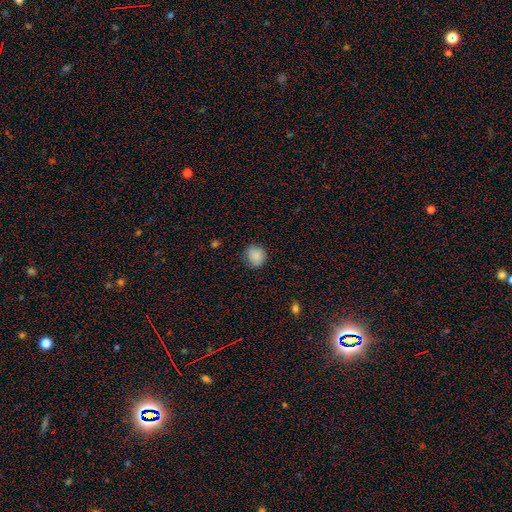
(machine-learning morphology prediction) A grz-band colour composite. It shows a smooth galaxy with no disk features (86%) that is round (79%). Merging: none (83%).